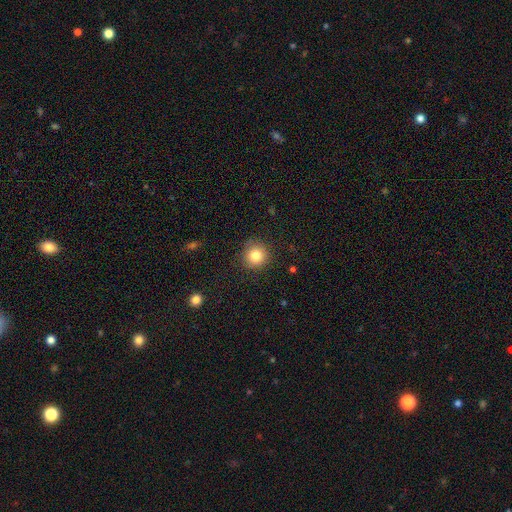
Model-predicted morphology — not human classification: This appears to be a smooth galaxy with no disk features (83%) that is round (93%). Merging: none (88%).